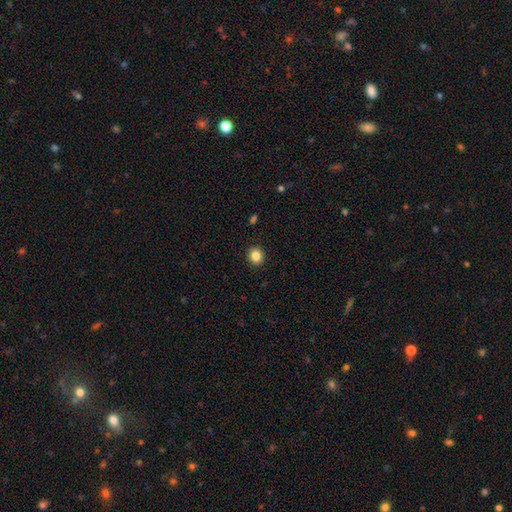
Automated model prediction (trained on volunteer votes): Smooth or featured: smooth — 85% (star or artifact — 11%)
How rounded: round — 80% (in between — 19%)
Merging: none — 91% (minor disturbance — 6%)